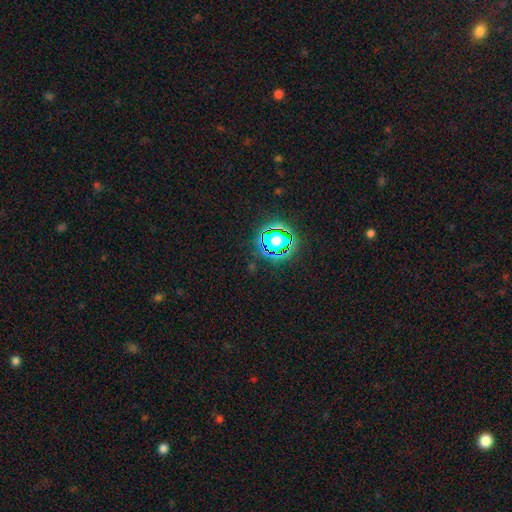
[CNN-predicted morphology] type=star or artifact (77%).